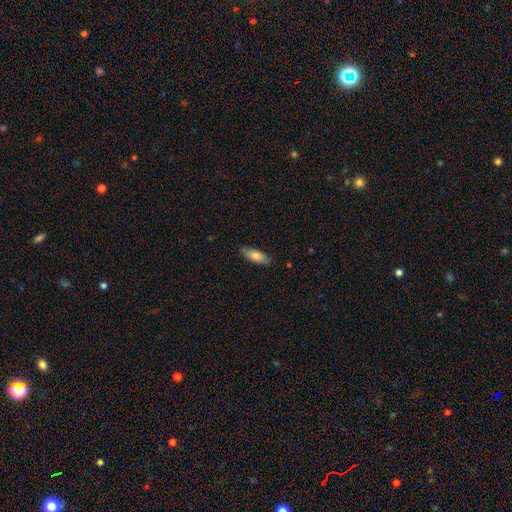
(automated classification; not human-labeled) Smooth or featured? Predicted: smooth (p=0.77). How rounded? Predicted: in between (p=0.69). Merging? Predicted: none (p=0.82).